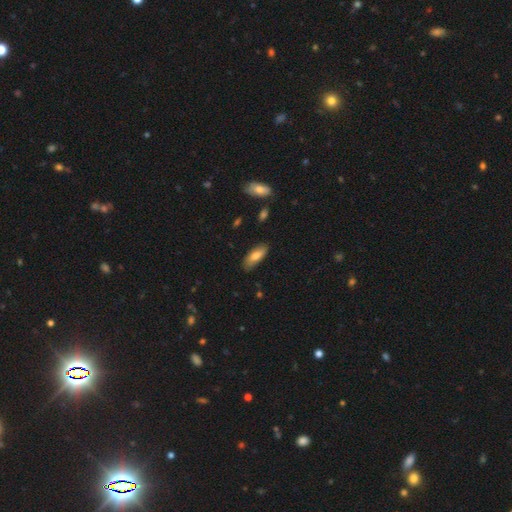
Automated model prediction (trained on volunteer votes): Smooth or featured? Predicted: smooth (p=0.74). How rounded? Predicted: in between (p=0.78). Merging? Predicted: none (p=0.80).